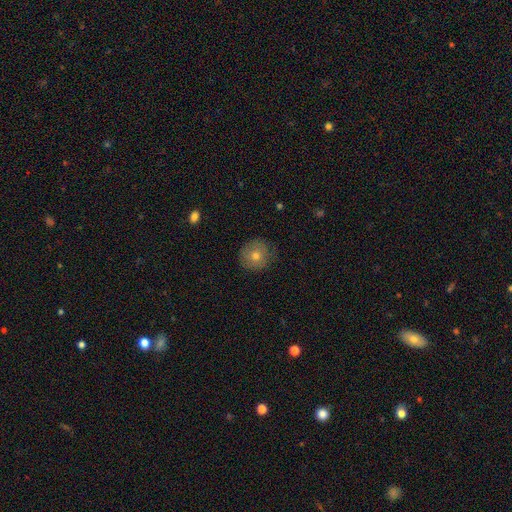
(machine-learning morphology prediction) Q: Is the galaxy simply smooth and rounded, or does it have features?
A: smooth — 70%.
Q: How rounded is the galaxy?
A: round — 93%.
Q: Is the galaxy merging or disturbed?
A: none — 85%.